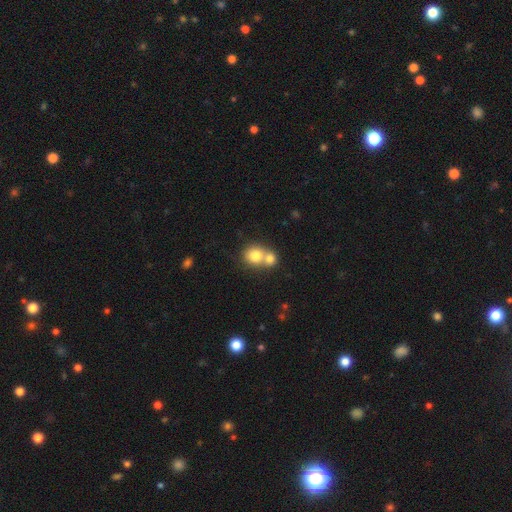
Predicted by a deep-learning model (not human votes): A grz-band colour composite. It shows a smooth galaxy with no disk features (77%) that is round (79%). Merging: merger (60%).